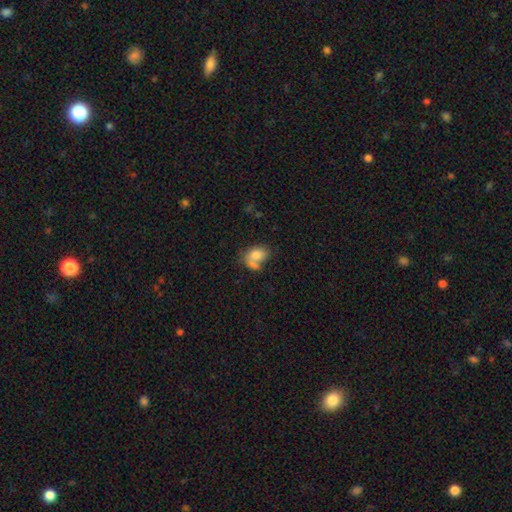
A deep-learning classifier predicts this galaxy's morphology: A smooth galaxy with no disk features (77%) that is in between round and cigar-shaped (75%).

Vote fractions:
- Smooth or featured? smooth: 77% / featured or disk: 15% / star or artifact: 9%
- How rounded? in between: 75% / round: 24% / cigar-shaped: 1%
- Merging? merger: 44% / none: 32% / minor disturbance: 15% / major disturbance: 8%